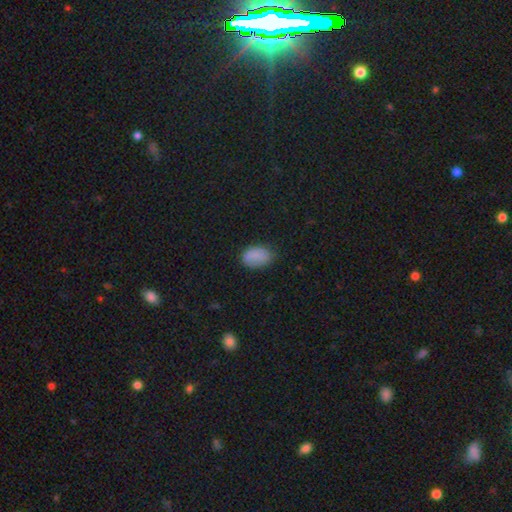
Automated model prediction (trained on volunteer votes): smooth 85%, star or artifact 9%, featured or disk 6%. Down the decision tree: how rounded — in between (90%); merging — none (71%).